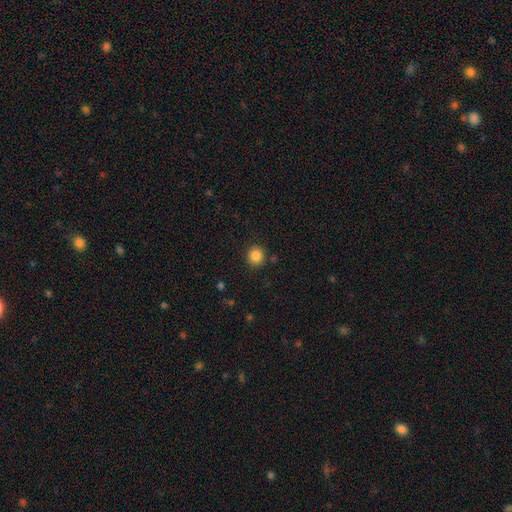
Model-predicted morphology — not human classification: Q: Smooth or featured?
A: smooth (86%); runner-up: star or artifact (10%)
Q: How rounded?
A: round (89%); runner-up: in between (10%)
Q: Merging?
A: none (87%); runner-up: minor disturbance (8%)